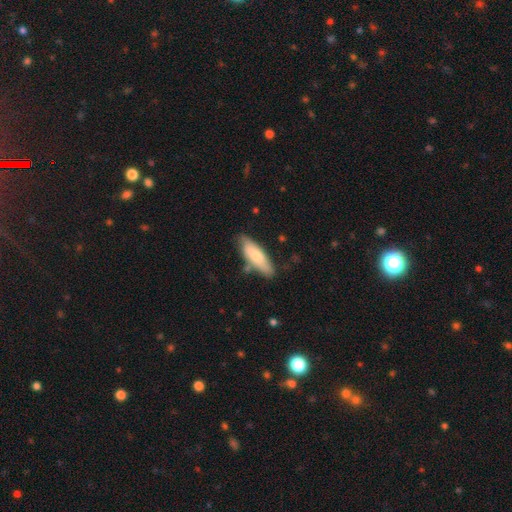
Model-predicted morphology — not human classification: This appears to be a smooth galaxy with no disk features (71%) that is in between round and cigar-shaped (51%). Merging: none (73%).